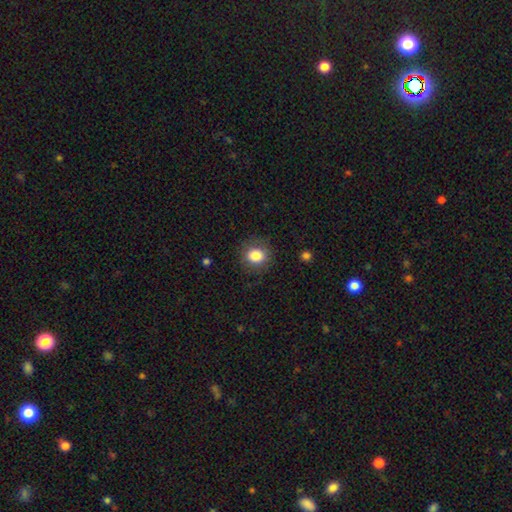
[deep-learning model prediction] smooth-or-featured: smooth: 83% | star or artifact: 10% | featured or disk: 7%
  how-rounded: round: 70% | in between: 29% | cigar-shaped: 1%
  merging: none: 84% | minor disturbance: 11% | major disturbance: 4% | merger: 1%